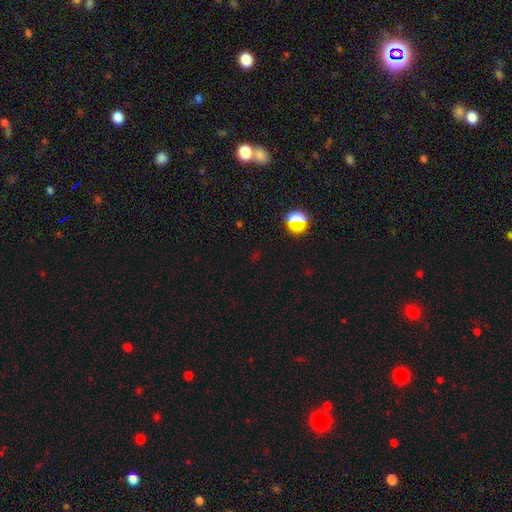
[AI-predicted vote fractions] Q: Smooth or featured?
A: star or artifact (67%); runner-up: smooth (26%)